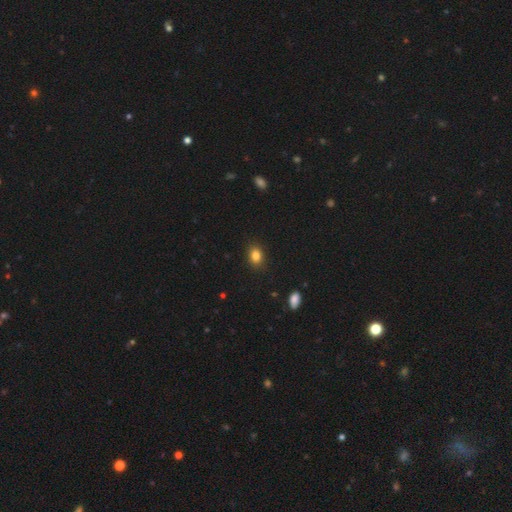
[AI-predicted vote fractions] smooth 84%, star or artifact 11%, featured or disk 6%. Down the decision tree: how rounded — in between (66%); merging — none (88%).